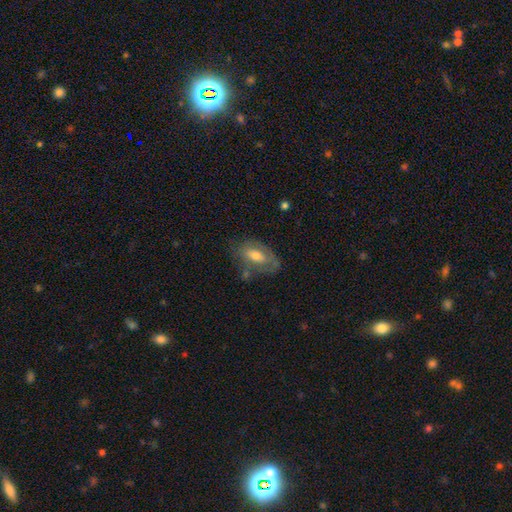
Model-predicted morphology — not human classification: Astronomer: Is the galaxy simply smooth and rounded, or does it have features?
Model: featured or disk — 47% (runner-up: smooth, 46%).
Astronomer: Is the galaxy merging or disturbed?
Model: none — 59%.